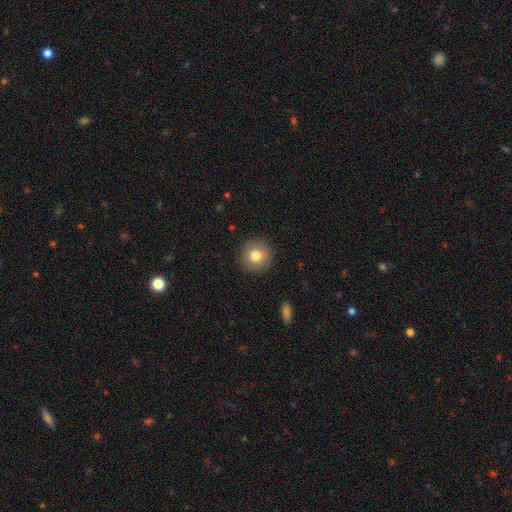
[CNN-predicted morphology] smooth 80%, featured or disk 11%, star or artifact 9%. Down the decision tree: how rounded — round (94%); merging — none (89%).